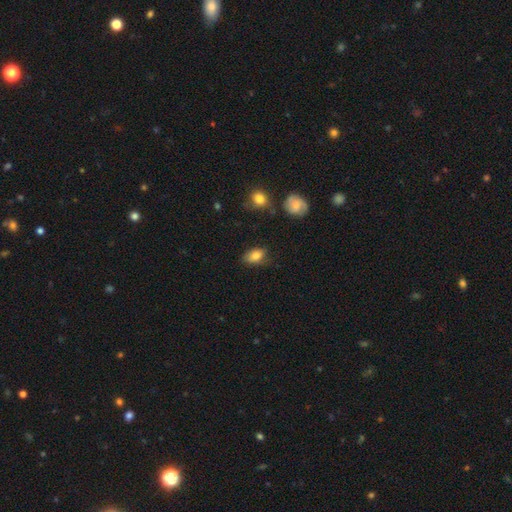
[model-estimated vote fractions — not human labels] Smooth or featured? Predicted: smooth (p=0.81). How rounded? Predicted: in between (p=0.86). Merging? Predicted: none (p=0.71).